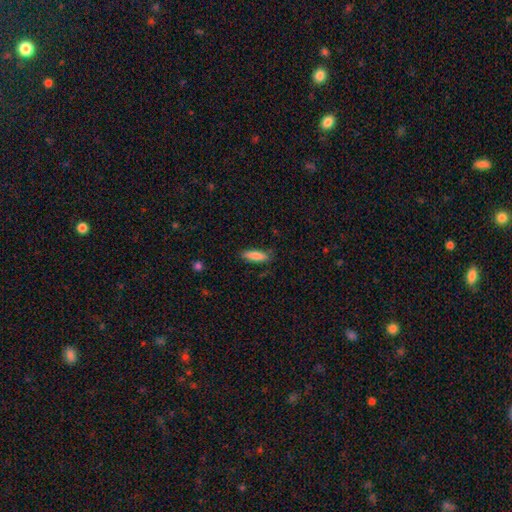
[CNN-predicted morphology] Q: Smooth or featured?
A: smooth (83%); runner-up: featured or disk (10%)
Q: How rounded?
A: cigar-shaped (60%); runner-up: in between (38%)
Q: Merging?
A: none (83%); runner-up: minor disturbance (13%)